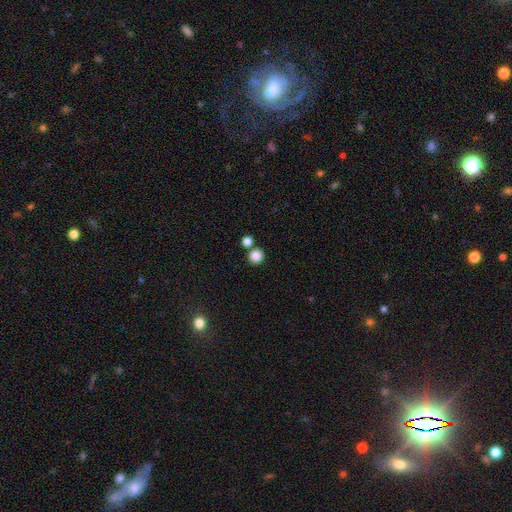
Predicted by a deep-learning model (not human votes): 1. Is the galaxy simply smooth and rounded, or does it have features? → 85% smooth, 11% star or artifact, 4% featured or disk.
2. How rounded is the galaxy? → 91% round, 8% in between, 1% cigar-shaped.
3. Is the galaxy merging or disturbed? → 74% none, 17% merger, 7% minor disturbance, 2% major disturbance.